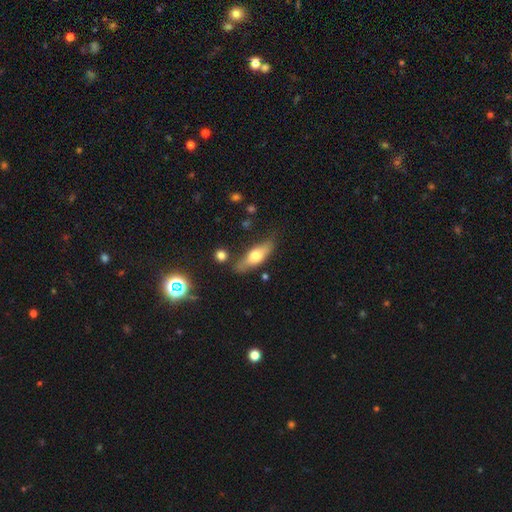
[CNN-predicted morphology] The model was most divided on "how rounded": in between: 58%, cigar-shaped: 39%, round: 3%. More confident: merging — none (71%); smooth or featured — smooth (57%).